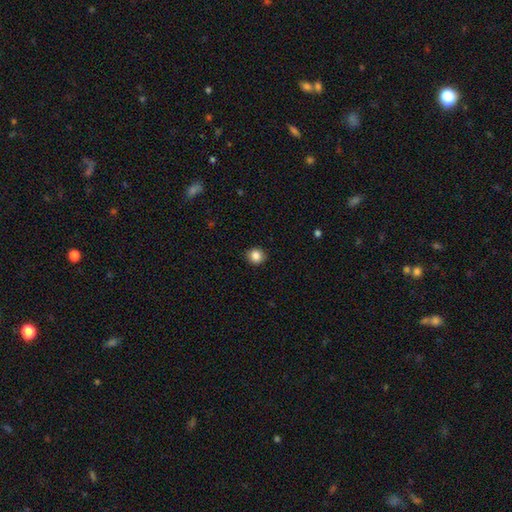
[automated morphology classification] Q: Smooth or featured?
A: smooth (86%); runner-up: star or artifact (10%)
Q: How rounded?
A: round (83%); runner-up: in between (16%)
Q: Merging?
A: none (89%); runner-up: minor disturbance (8%)